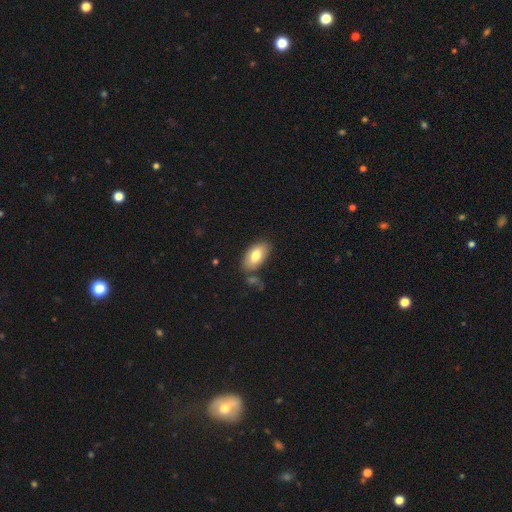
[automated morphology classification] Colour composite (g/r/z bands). It shows a smooth galaxy with no disk features (77%) that is in between round and cigar-shaped (94%). Merging: none (74%).